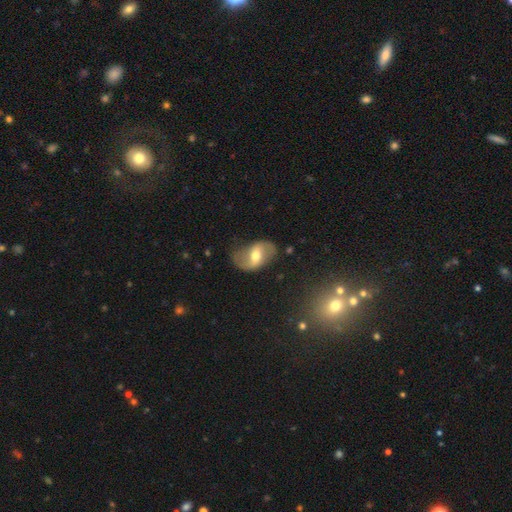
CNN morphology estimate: type=featured or disk (66%); edge-on=no (95%); bar=weak (45%); spiral arms=yes (78%); bulge=moderate (70%); merging=none (70%).